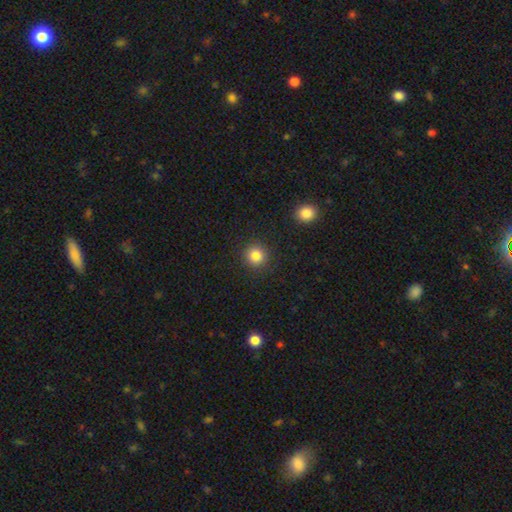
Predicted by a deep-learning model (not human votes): Smooth or featured?
  - smooth: 84% *
  - star or artifact: 11%
  - featured or disk: 5%
How rounded?
  - round: 93% *
  - in between: 6%
  - cigar-shaped: 1%
Merging?
  - none: 91% *
  - minor disturbance: 5%
  - major disturbance: 2%
  - merger: 1%